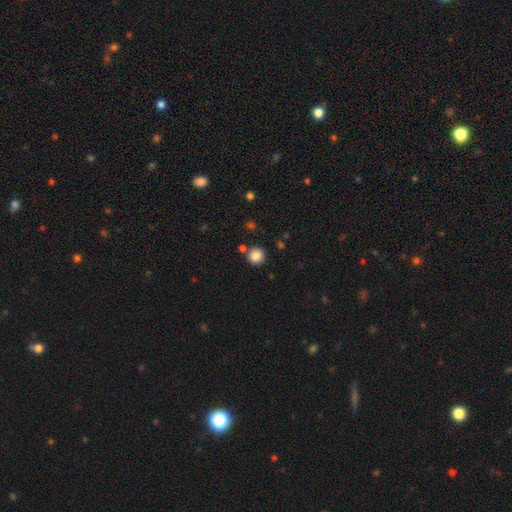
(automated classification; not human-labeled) Smooth or featured: smooth — 86% (star or artifact — 10%)
How rounded: round — 94% (in between — 5%)
Merging: none — 83% (minor disturbance — 7%)